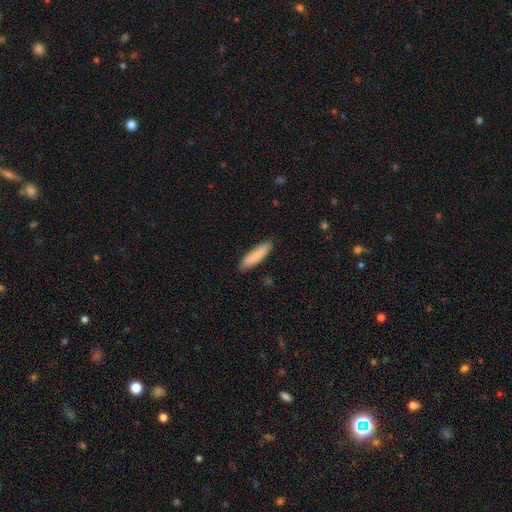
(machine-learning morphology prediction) The model was most divided on "how rounded": cigar-shaped: 77%, in between: 22%, round: 1%. More confident: smooth or featured — smooth (85%); merging — none (84%).